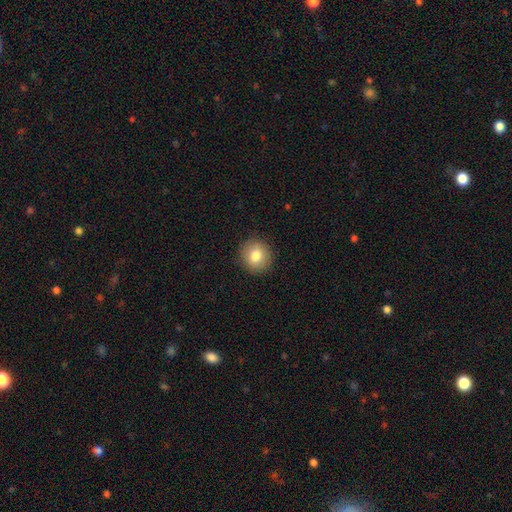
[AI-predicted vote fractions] This is clearly a smooth galaxy (81%). How rounded: clearly round (89%). Merging: clearly none (91%).